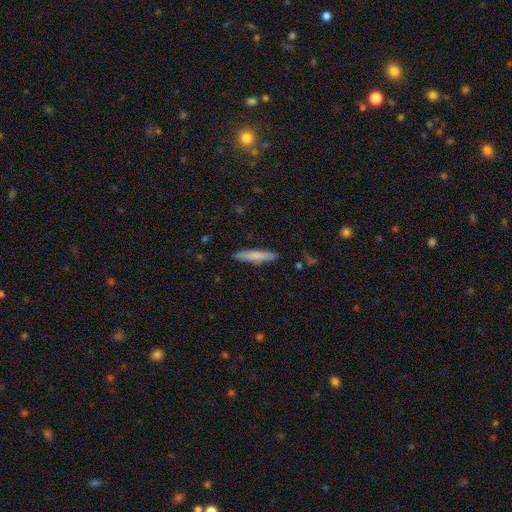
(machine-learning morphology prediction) smooth-or-featured: smooth: 75% | featured or disk: 19% | star or artifact: 6%
  how-rounded: cigar-shaped: 92% | in between: 7% | round: 1%
  merging: none: 89% | minor disturbance: 8% | major disturbance: 2% | merger: 1%